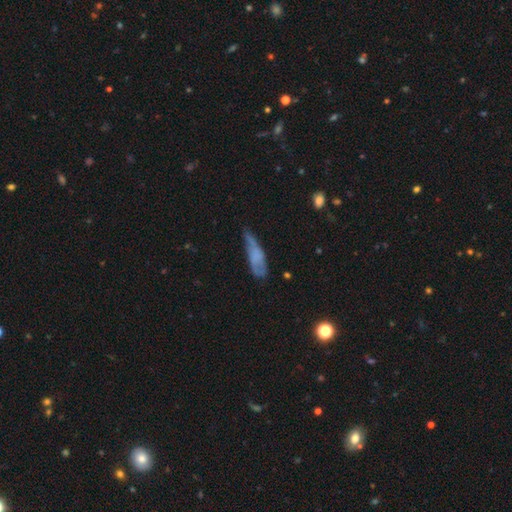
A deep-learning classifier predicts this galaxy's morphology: Smooth or featured: smooth — 55% (featured or disk — 35%)
How rounded: cigar-shaped — 49% (in between — 48%)
Merging: minor disturbance — 38% (none — 36%)